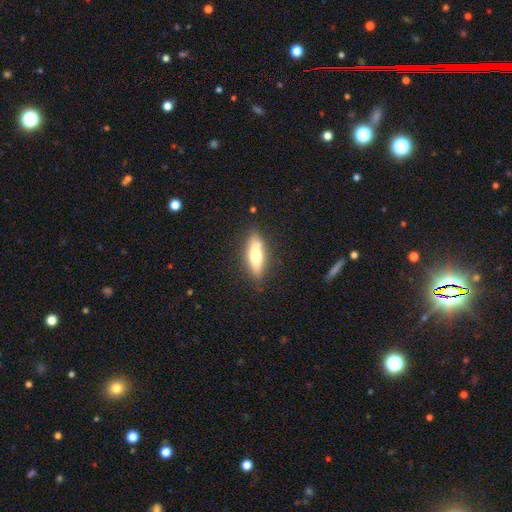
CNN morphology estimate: smooth 57%, featured or disk 36%, star or artifact 7%. Down the decision tree: how rounded — cigar-shaped (52%); merging — none (80%).